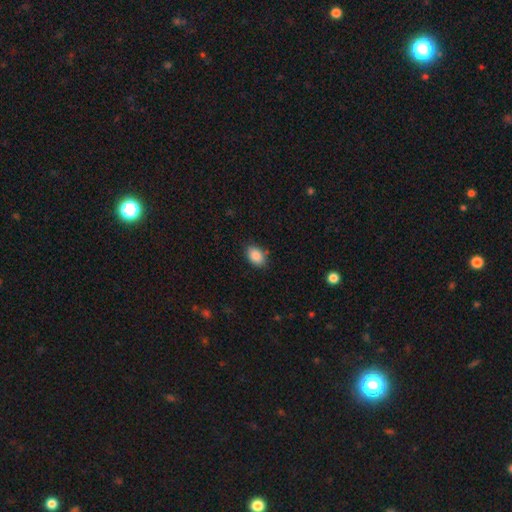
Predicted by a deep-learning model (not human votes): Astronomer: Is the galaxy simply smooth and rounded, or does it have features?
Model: smooth — 88%.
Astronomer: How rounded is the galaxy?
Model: in between — 85%.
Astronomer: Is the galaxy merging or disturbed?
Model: none — 84%.